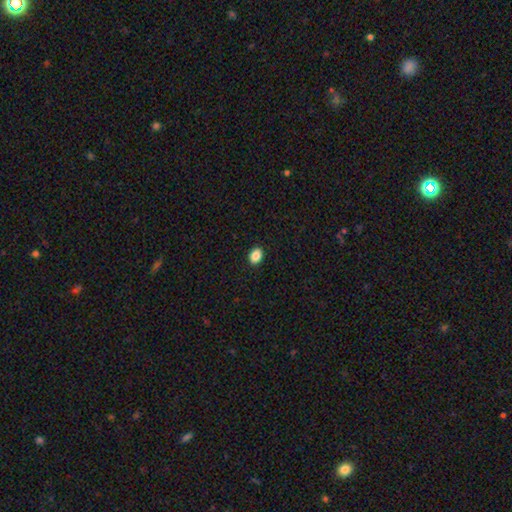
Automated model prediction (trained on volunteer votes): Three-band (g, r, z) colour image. It shows a smooth galaxy with no disk features (88%) that is in between round and cigar-shaped (75%). Merging: none (91%).